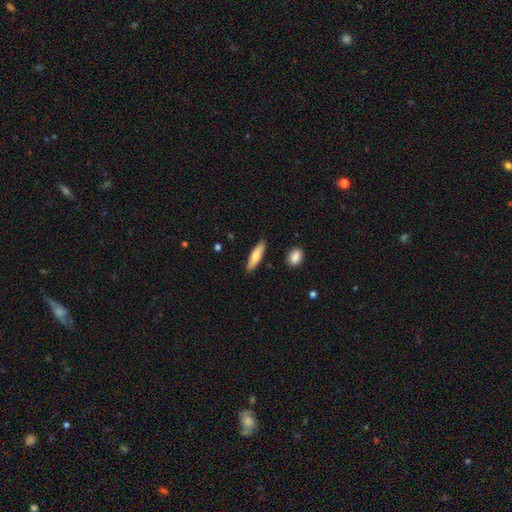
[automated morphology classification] smooth-or-featured: smooth: 76% | featured or disk: 18% | star or artifact: 6%
  how-rounded: cigar-shaped: 68% | in between: 30% | round: 2%
  merging: none: 87% | minor disturbance: 9% | merger: 2% | major disturbance: 2%